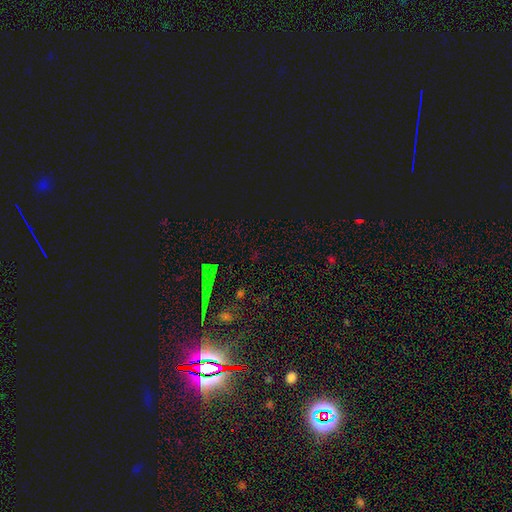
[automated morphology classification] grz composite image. It shows a star or artifact, not a galaxy (74%).